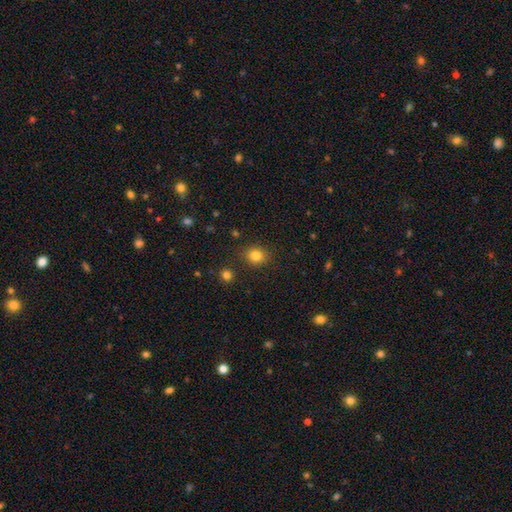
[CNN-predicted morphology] A smooth galaxy with no disk features (82%) that is round (76%).

Vote fractions:
- Smooth or featured? smooth: 82% / star or artifact: 12% / featured or disk: 6%
- How rounded? round: 76% / in between: 23% / cigar-shaped: 1%
- Merging? none: 86% / minor disturbance: 9% / major disturbance: 3% / merger: 3%